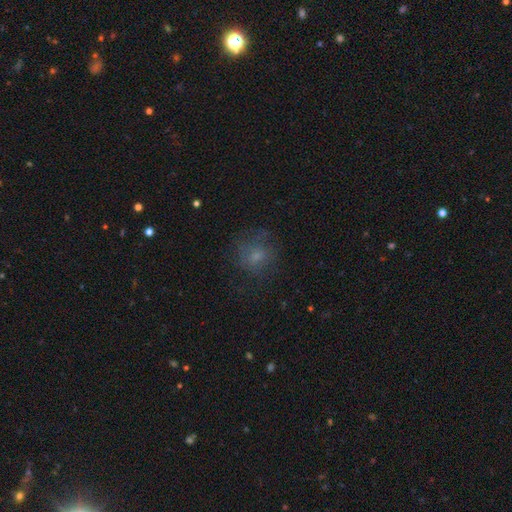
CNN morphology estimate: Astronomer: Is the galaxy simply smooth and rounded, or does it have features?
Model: smooth — 65%.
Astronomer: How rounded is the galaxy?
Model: round — 79%.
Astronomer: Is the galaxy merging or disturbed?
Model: none — 66%.